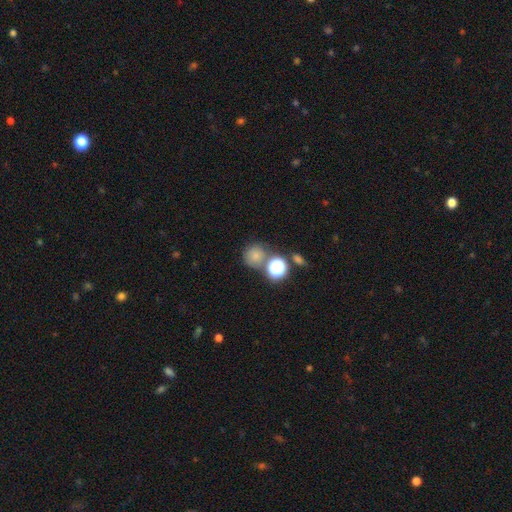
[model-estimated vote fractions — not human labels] This appears to be a smooth galaxy with no disk features (71%) that is round (87%). Merging: none (63%).